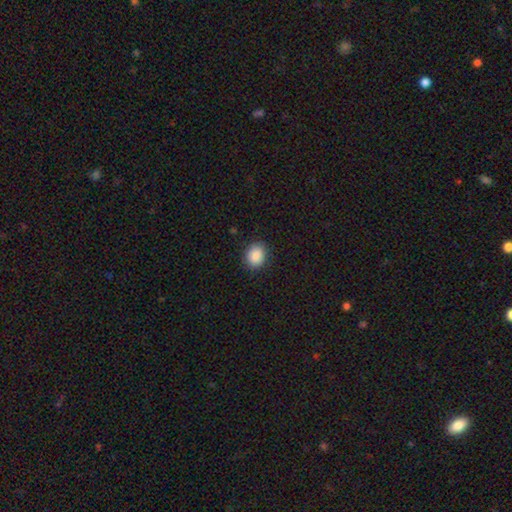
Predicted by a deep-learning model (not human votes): Morphology: type=smooth (89%); roundness=round (54%); merging=none (88%).